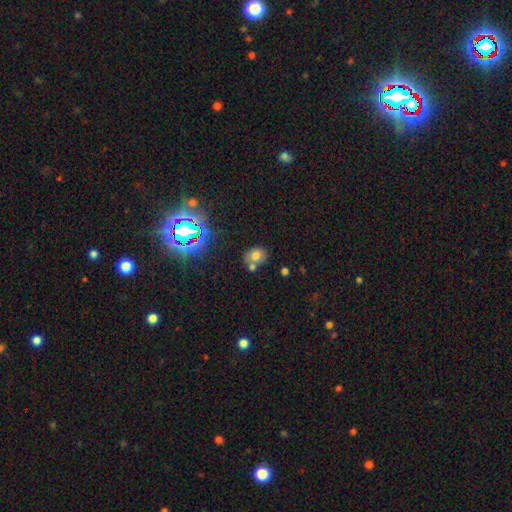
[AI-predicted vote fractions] smooth_or_featured: smooth (p=0.65) [alt: star or artifact p=0.18]
how_rounded: round (p=0.55) [alt: in between p=0.44]
merging: none (p=0.55) [alt: merger p=0.27]